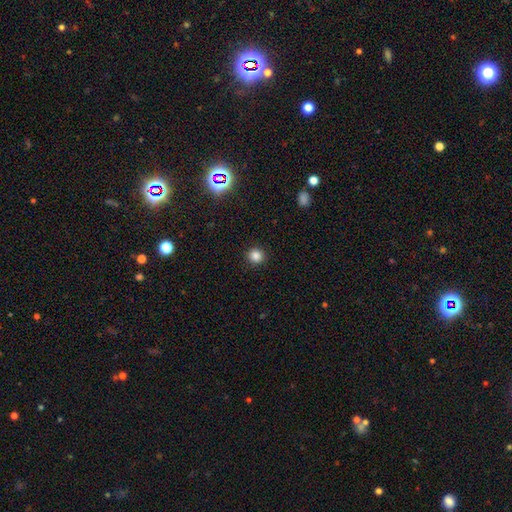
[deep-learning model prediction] This is clearly a smooth galaxy (83%). How rounded: clearly round (92%). Merging: clearly none (92%).